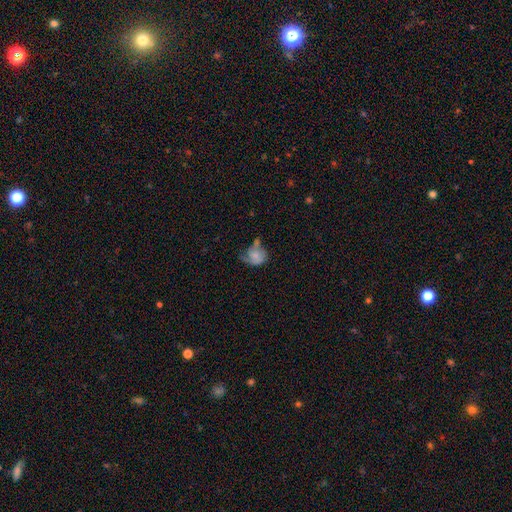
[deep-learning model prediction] Smooth or featured?
  - smooth: 58% *
  - featured or disk: 33%
  - star or artifact: 9%
How rounded?
  - round: 53% *
  - in between: 46%
  - cigar-shaped: 1%
Merging?
  - minor disturbance: 29% *
  - major disturbance: 28%
  - none: 26%
  - merger: 16%